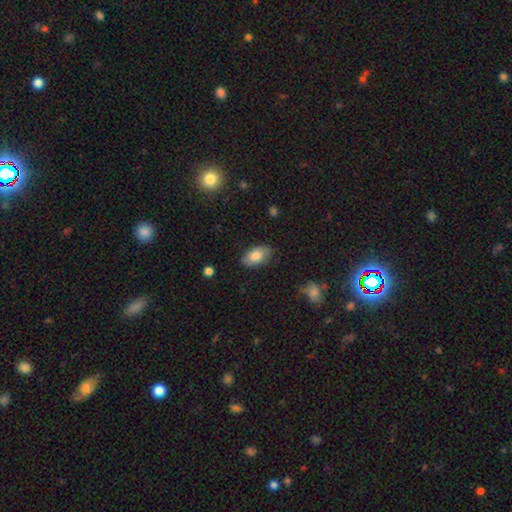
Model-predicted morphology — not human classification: This appears to be a smooth galaxy with no disk features (78%) that is in between round and cigar-shaped (94%). Merging: none (80%).